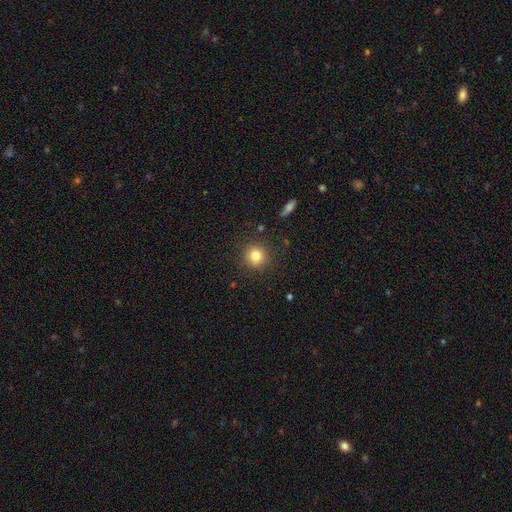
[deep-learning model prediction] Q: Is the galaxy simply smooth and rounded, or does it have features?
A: smooth — 81%.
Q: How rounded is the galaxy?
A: round — 92%.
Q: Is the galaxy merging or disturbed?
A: none — 89%.